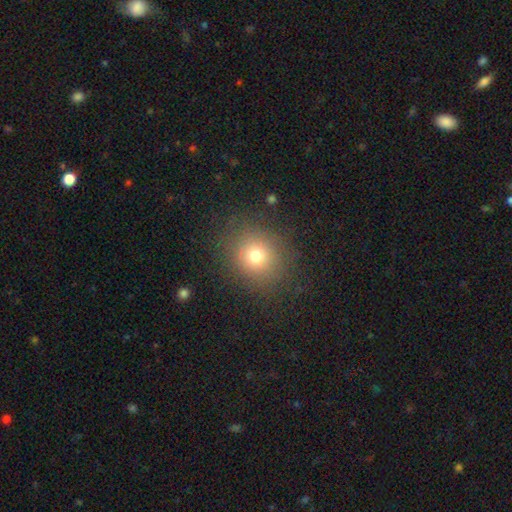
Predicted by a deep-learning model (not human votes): A smooth galaxy with no disk features (72%) that is round (83%). Merging: none (83%).